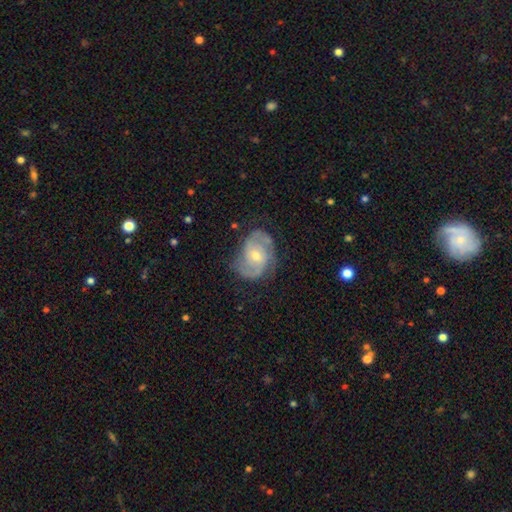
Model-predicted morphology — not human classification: type=featured or disk (82%); edge-on=no (97%); bar=no (59%); spiral arms=yes (95%); winding=medium (46%); arm count=2 (68%); bulge=moderate (49%); merging=none (69%).